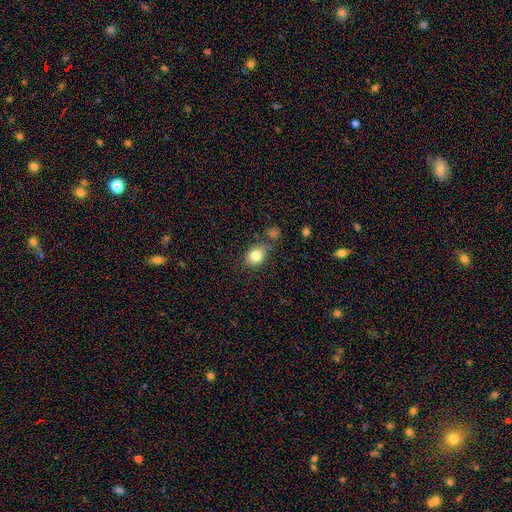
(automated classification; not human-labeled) Q: Smooth or featured?
A: smooth (82%); runner-up: star or artifact (10%)
Q: How rounded?
A: in between (53%); runner-up: round (46%)
Q: Merging?
A: none (73%); runner-up: minor disturbance (15%)